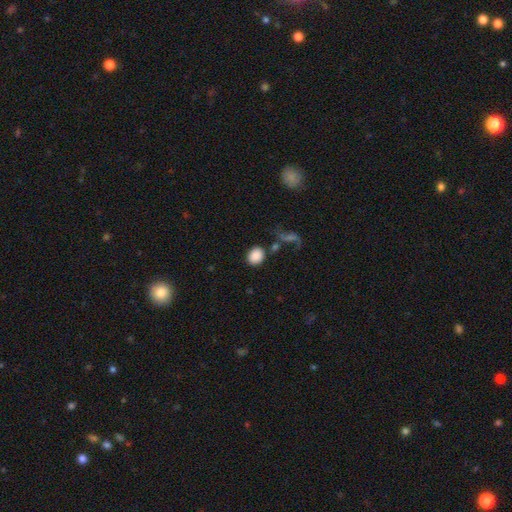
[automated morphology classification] Smooth or featured? Predicted: smooth (p=0.85). How rounded? Predicted: round (p=0.53). Merging? Predicted: none (p=0.73).